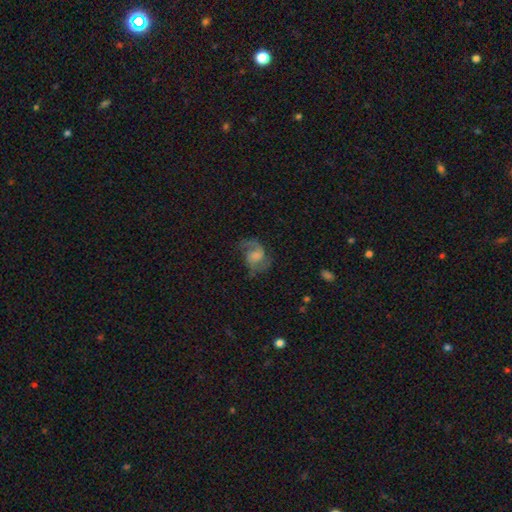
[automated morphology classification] featured or disk 71%, smooth 21%, star or artifact 8%. Down the decision tree: edge-on disk — no (98%); bar — no (58%); spiral arms — yes (92%); spiral arm count — 2 (78%); spiral winding — medium (47%); bulge size — none (32%); merging — none (56%).